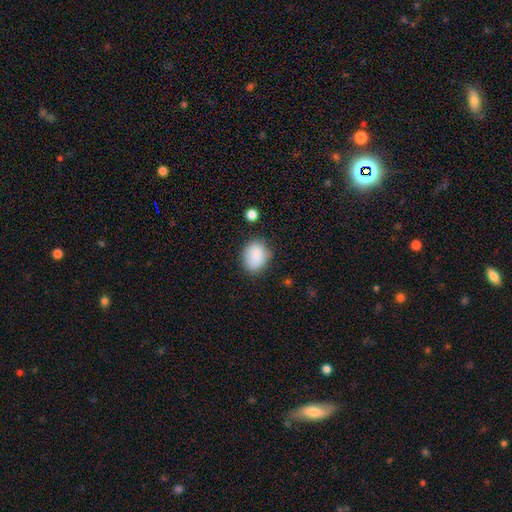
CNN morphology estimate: The model was most divided on "how rounded": in between: 54%, round: 45%, cigar-shaped: 1%. More confident: smooth or featured — smooth (87%); merging — none (75%).